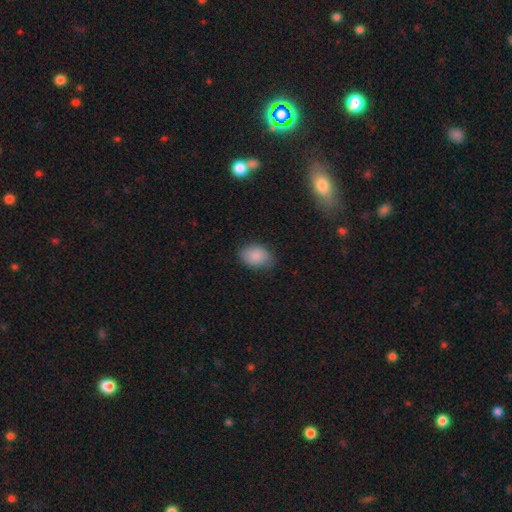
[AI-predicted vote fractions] smooth_or_featured: smooth (p=0.86) [alt: star or artifact p=0.07]
how_rounded: in between (p=0.77) [alt: round p=0.22]
merging: none (p=0.74) [alt: minor disturbance p=0.21]